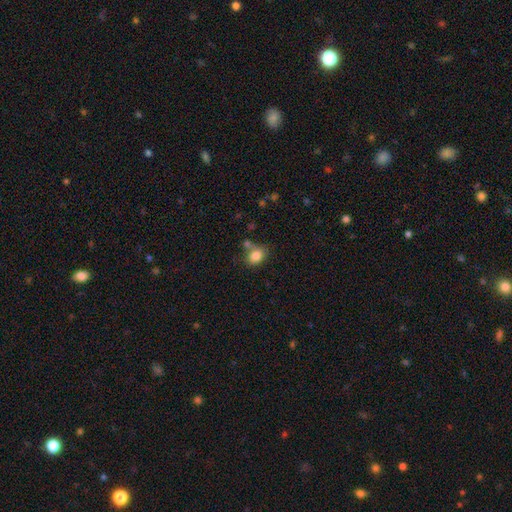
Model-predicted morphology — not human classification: smooth-or-featured: smooth: 83% | star or artifact: 10% | featured or disk: 8%
  how-rounded: in between: 57% | round: 42% | cigar-shaped: 1%
  merging: none: 58% | merger: 19% | minor disturbance: 18% | major disturbance: 6%